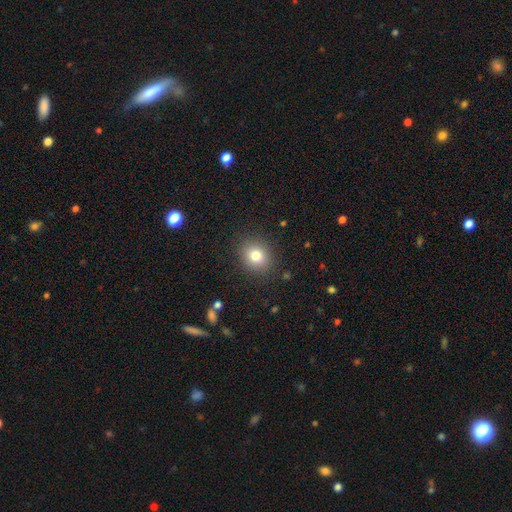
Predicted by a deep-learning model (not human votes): Smooth or featured?
  - smooth: 80% *
  - star or artifact: 11%
  - featured or disk: 9%
How rounded?
  - round: 72% *
  - in between: 27%
  - cigar-shaped: 1%
Merging?
  - none: 88% *
  - minor disturbance: 8%
  - major disturbance: 3%
  - merger: 1%